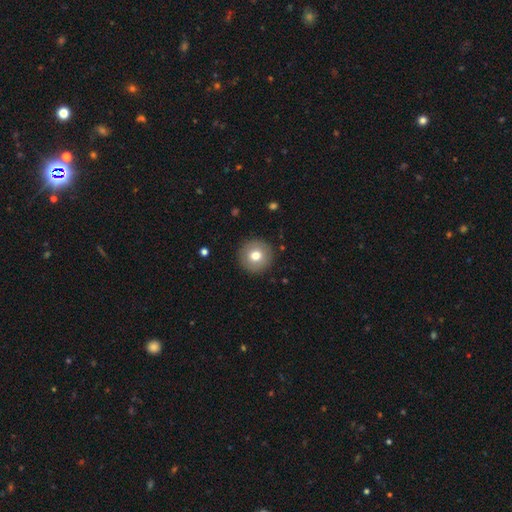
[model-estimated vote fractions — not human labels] Smooth or featured?
  - smooth: 74% *
  - featured or disk: 17%
  - star or artifact: 9%
How rounded?
  - round: 96% *
  - in between: 3%
  - cigar-shaped: 1%
Merging?
  - none: 91% *
  - minor disturbance: 6%
  - major disturbance: 2%
  - merger: 1%